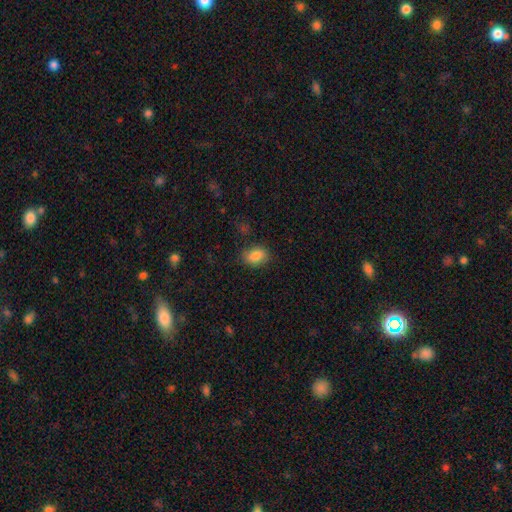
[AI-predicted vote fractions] Overall: smooth (85%). How rounded: in between (79%). Merging: none (81%).